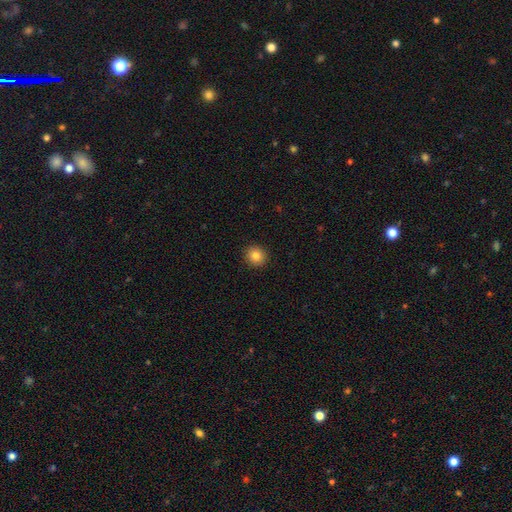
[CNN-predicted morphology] This is clearly a smooth galaxy (85%). How rounded: clearly round (88%). Merging: clearly none (93%).